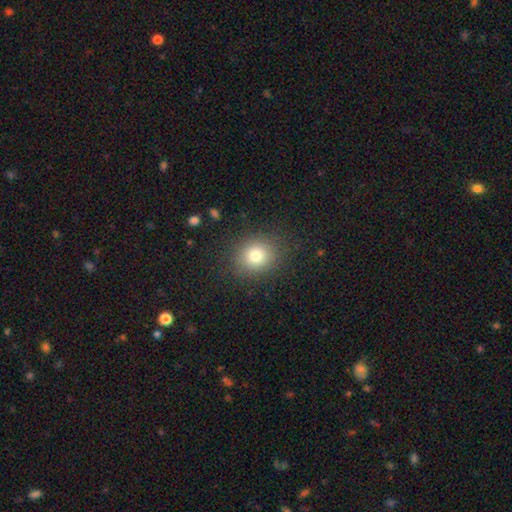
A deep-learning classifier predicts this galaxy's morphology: Overall: smooth (79%). How rounded: round (74%). Merging: none (86%).